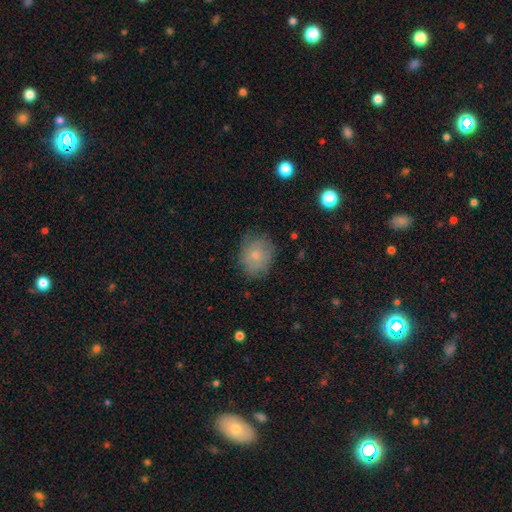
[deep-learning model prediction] Smooth or featured: smooth — 66% (featured or disk — 25%)
How rounded: round — 58% (in between — 41%)
Merging: none — 74% (minor disturbance — 19%)